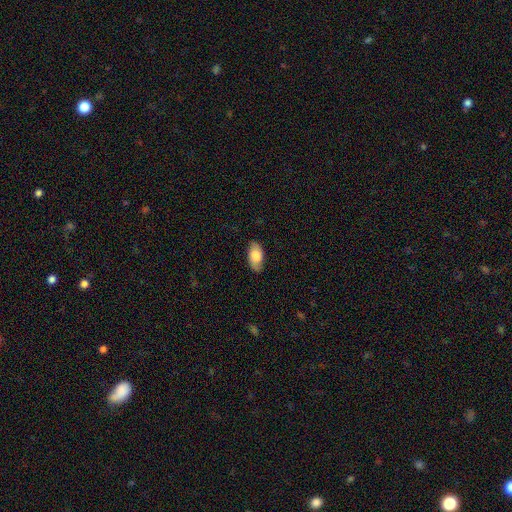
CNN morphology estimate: type=smooth (71%); roundness=in between (93%); merging=none (82%).